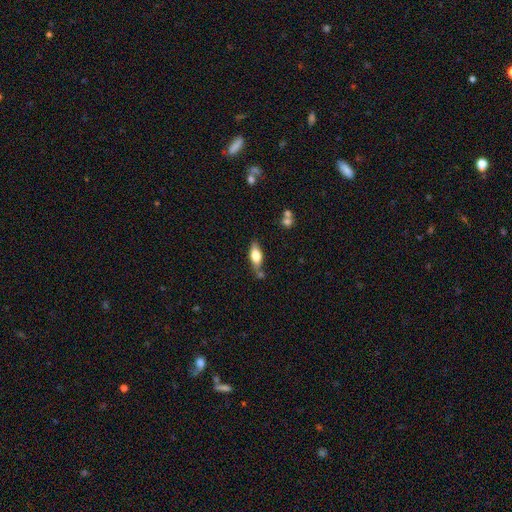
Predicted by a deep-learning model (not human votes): Smooth or featured? smooth (63%)
How rounded? in between (76%)
Merging? none (61%)